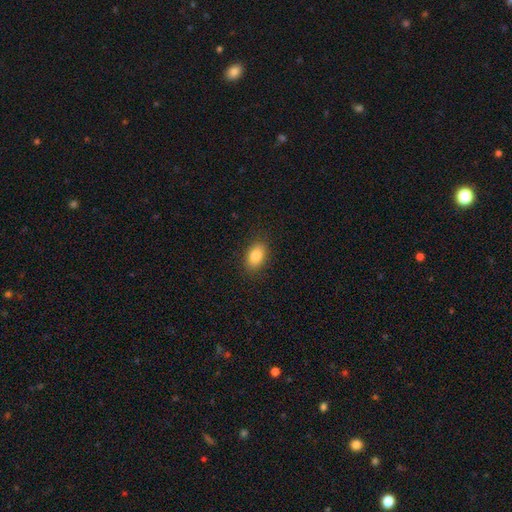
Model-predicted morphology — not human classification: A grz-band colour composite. It shows a smooth galaxy with no disk features (84%) that is in between round and cigar-shaped (86%). Merging: none (88%).